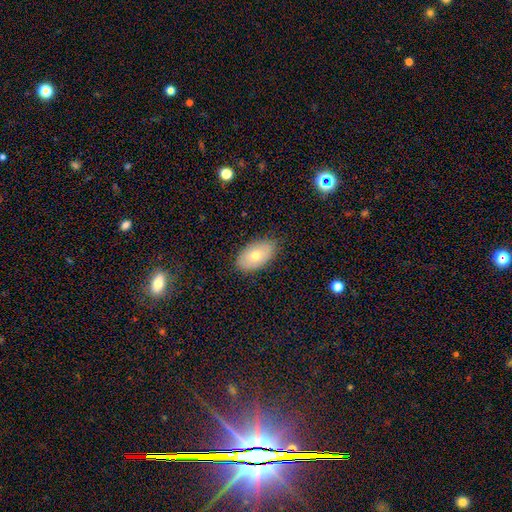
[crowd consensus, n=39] Volunteers were most divided on "smooth or featured": smooth: 59%, featured or disk: 36%, star or artifact: 5%. More confident: how rounded — in between (91%); merging — none (89%).